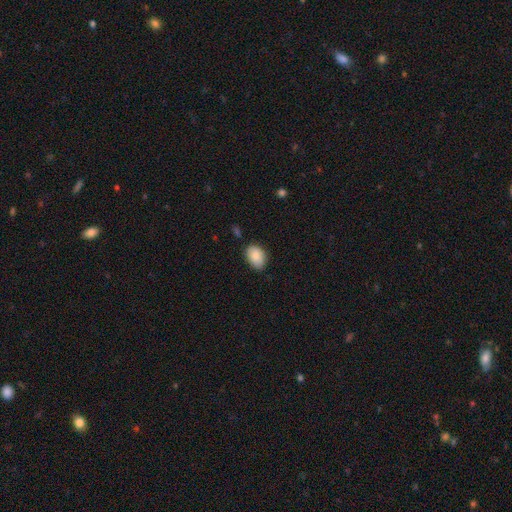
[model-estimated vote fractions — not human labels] This appears to be a smooth galaxy with no disk features (86%) that is in between round and cigar-shaped (85%). Merging: none (79%).